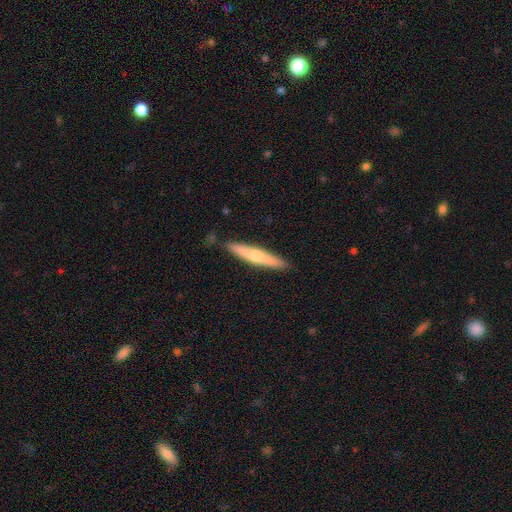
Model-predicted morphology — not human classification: smooth-or-featured: smooth: 48% | featured or disk: 47% | star or artifact: 5%
  merging: none: 89% | minor disturbance: 8% | merger: 2% | major disturbance: 2%